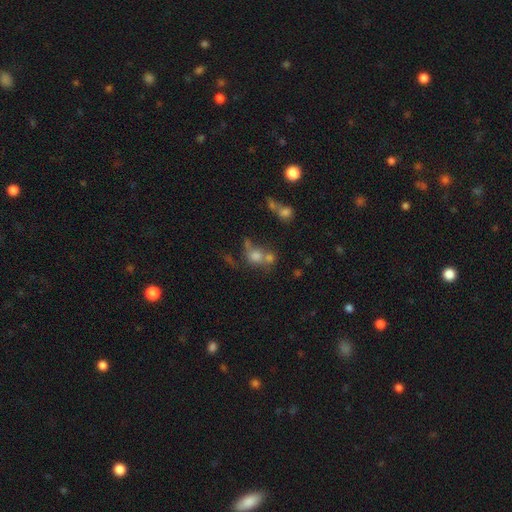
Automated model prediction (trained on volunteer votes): smooth-or-featured: smooth: 64% | featured or disk: 19% | star or artifact: 17%
  how-rounded: round: 68% | in between: 30% | cigar-shaped: 2%
  merging: merger: 45% | none: 32% | major disturbance: 12% | minor disturbance: 11%